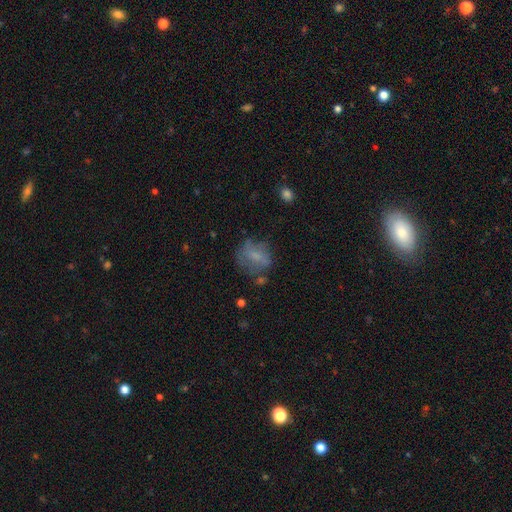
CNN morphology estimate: This appears to be a smooth galaxy with no disk features (55%) that is in between round and cigar-shaped (49%). Merging: none (52%).